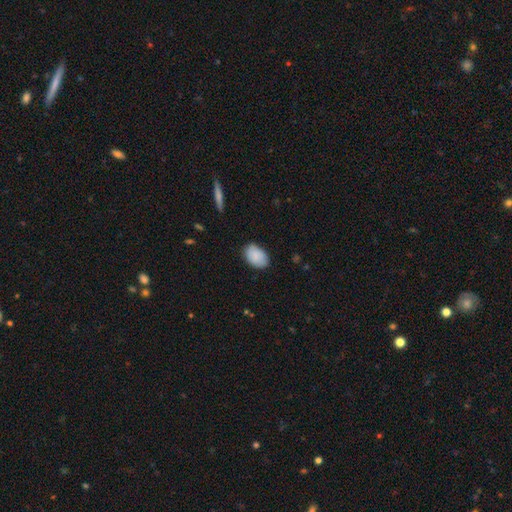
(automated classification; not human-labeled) A smooth galaxy with no disk features (88%) that is in between round and cigar-shaped (88%).

Vote fractions:
- Smooth or featured? smooth: 88% / star or artifact: 6% / featured or disk: 6%
- How rounded? in between: 88% / round: 11% / cigar-shaped: 1%
- Merging? none: 81% / minor disturbance: 15% / major disturbance: 3% / merger: 1%